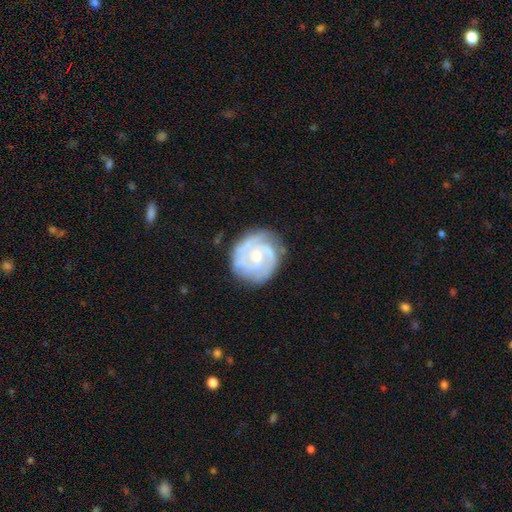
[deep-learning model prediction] Q: Smooth or featured?
A: featured or disk (82%); runner-up: smooth (13%)
Q: Edge-on disk?
A: no (98%); runner-up: yes (2%)
Q: Bar?
A: no (57%); runner-up: weak (37%)
Q: Spiral arms?
A: yes (93%); runner-up: no (7%)
Q: Spiral winding?
A: tight (56%); runner-up: medium (35%)
Q: Spiral arm count?
A: 2 (46%); runner-up: can't tell (21%)
Q: Bulge size?
A: small (50%); runner-up: moderate (44%)
Q: Merging?
A: none (73%); runner-up: minor disturbance (18%)